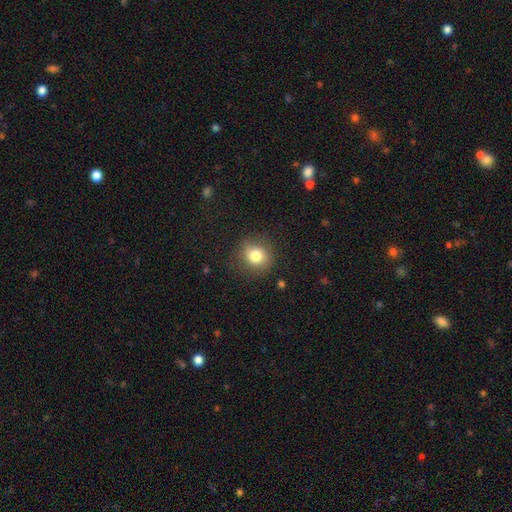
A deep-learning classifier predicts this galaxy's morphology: The model was most divided on "how rounded": round: 78%, in between: 21%, cigar-shaped: 1%. More confident: merging — none (82%); smooth or featured — smooth (81%).